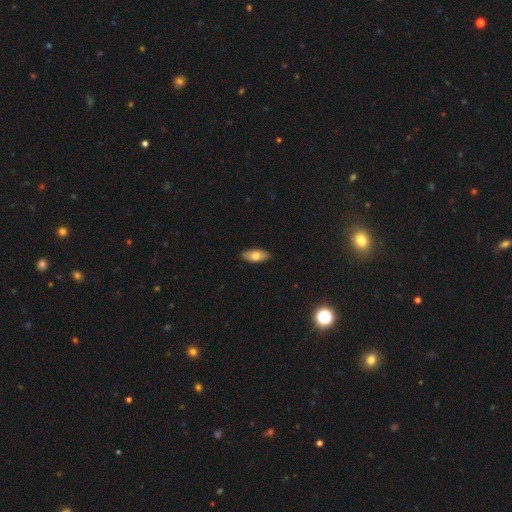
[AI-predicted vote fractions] smooth-or-featured: smooth: 76% | featured or disk: 18% | star or artifact: 7%
  how-rounded: in between: 86% | cigar-shaped: 12% | round: 3%
  merging: none: 89% | minor disturbance: 8% | major disturbance: 2% | merger: 1%